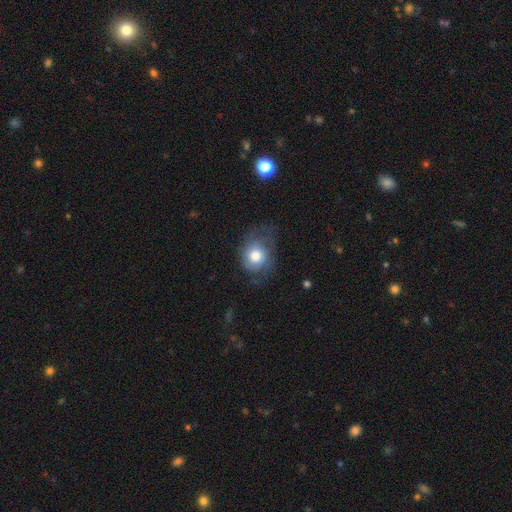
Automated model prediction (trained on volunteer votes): Smooth or featured? Predicted: smooth (p=0.66). How rounded? Predicted: round (p=0.63). Merging? Predicted: none (p=0.50).